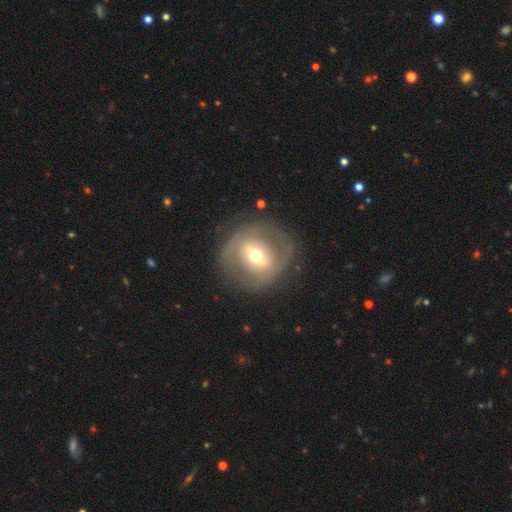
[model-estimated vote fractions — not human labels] Smooth or featured: featured or disk — 63% (smooth — 30%)
Edge-on disk: no — 94% (yes — 6%)
Bar: weak — 37% (tied with strong — 37%)
Spiral arms: no — 58% (yes — 42%)
Bulge size: moderate — 62% (small — 27%)
Merging: none — 78% (minor disturbance — 12%)